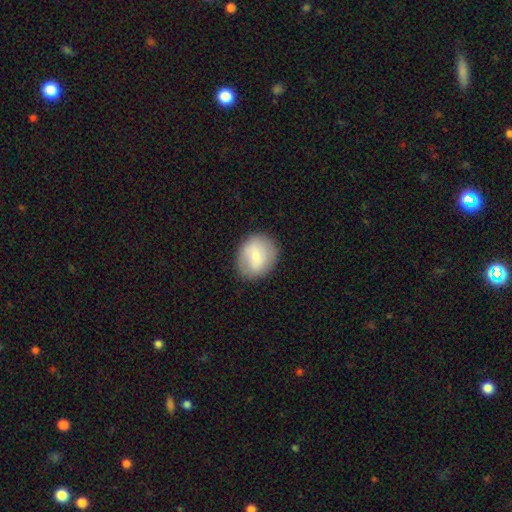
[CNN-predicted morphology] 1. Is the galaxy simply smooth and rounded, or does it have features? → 67% smooth, 26% featured or disk, 7% star or artifact.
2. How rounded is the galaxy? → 63% round, 36% in between, 1% cigar-shaped.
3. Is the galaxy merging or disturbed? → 83% none, 12% minor disturbance, 4% major disturbance, 1% merger.